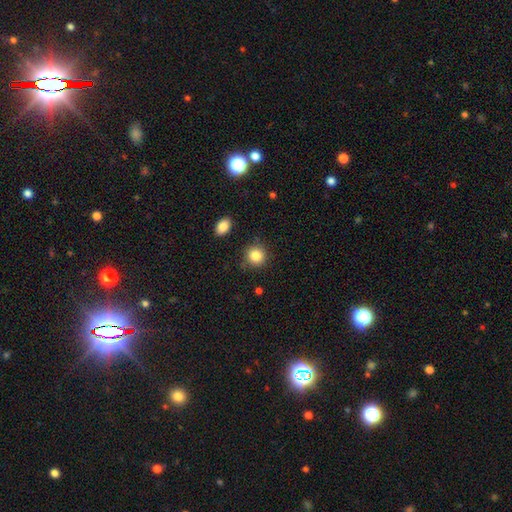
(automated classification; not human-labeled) This appears to be a smooth galaxy with no disk features (85%) that is round (89%). Merging: none (84%).